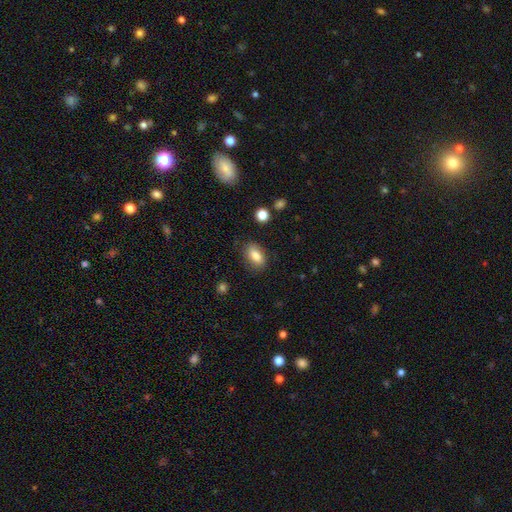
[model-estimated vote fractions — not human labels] Smooth or featured? Predicted: smooth (p=0.82). How rounded? Predicted: in between (p=0.85). Merging? Predicted: none (p=0.82).